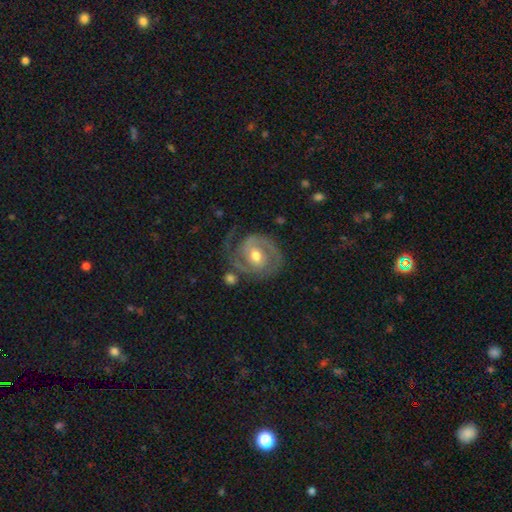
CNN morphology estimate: smooth_or_featured: featured or disk (p=0.87) [alt: smooth p=0.09]
disk_edge_on: no (p=0.98) [alt: yes p=0.02]
bar: weak (p=0.45) [alt: no p=0.41]
has_spiral_arms: yes (p=0.96) [alt: no p=0.04]
spiral_winding: tight (p=0.57) [alt: medium p=0.36]
spiral_arm_count: 2 (p=0.75) [alt: 1 p=0.08]
bulge_size: moderate (p=0.75) [alt: small p=0.16]
merging: none (p=0.66) [alt: minor disturbance p=0.19]